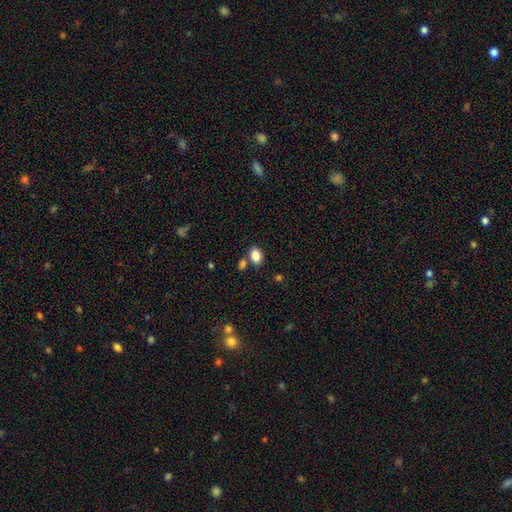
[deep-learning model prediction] Smooth or featured: smooth — 86% (star or artifact — 9%)
How rounded: in between — 85% (round — 14%)
Merging: none — 71% (merger — 14%)